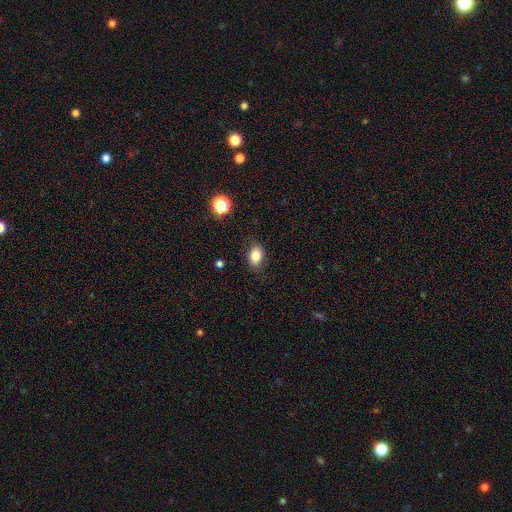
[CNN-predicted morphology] Overall: smooth (82%). How rounded: in between (79%). Merging: none (82%).